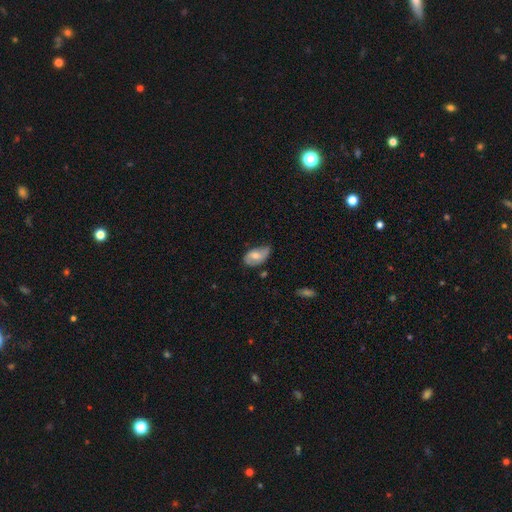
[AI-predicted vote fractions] Q: Smooth or featured?
A: smooth (55%); runner-up: featured or disk (38%)
Q: How rounded?
A: in between (92%); runner-up: round (6%)
Q: Merging?
A: none (48%); runner-up: minor disturbance (40%)